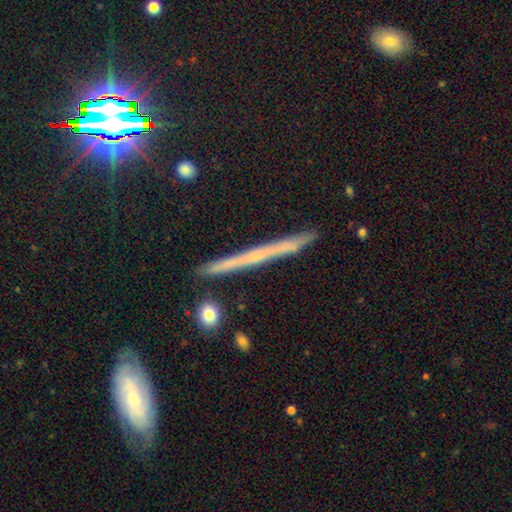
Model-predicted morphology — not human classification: Smooth or featured? featured or disk (58%)
Edge-on disk? yes (96%)
Edge-on bulge? none (72%)
Merging? none (87%)